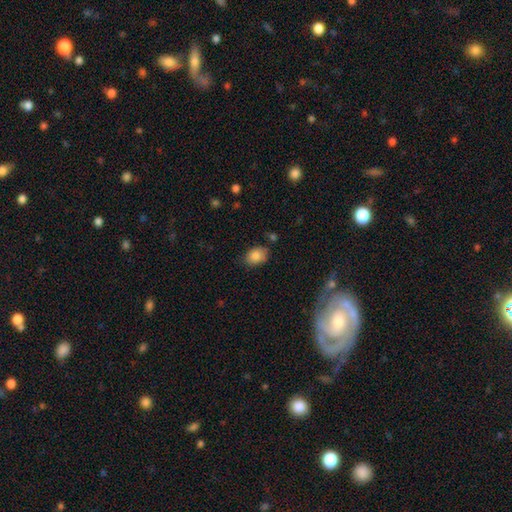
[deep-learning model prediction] Morphology: type=smooth (85%); roundness=in between (75%); merging=none (76%).